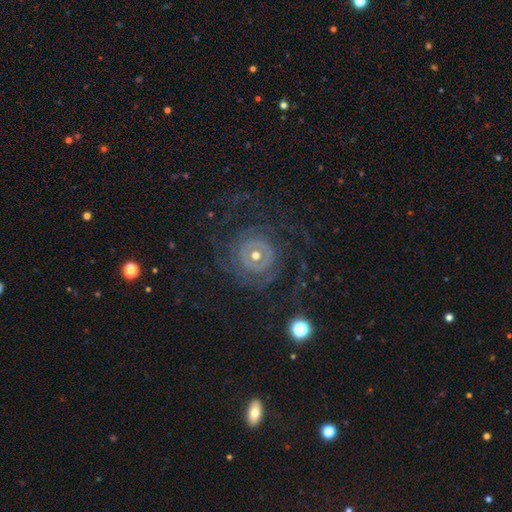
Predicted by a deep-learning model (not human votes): Overall: featured or disk (76%). Edge-on disk: no (97%). Bar: no (68%). Spiral arms: yes (67%; no 33%). Bulge size: moderate (62%; small 29%). Merging: none (66%).